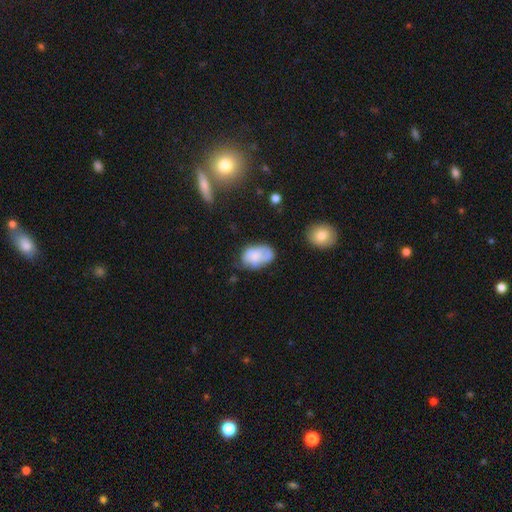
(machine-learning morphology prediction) A smooth galaxy with no disk features (68%) that is in between round and cigar-shaped (89%). Merging: none (50%).